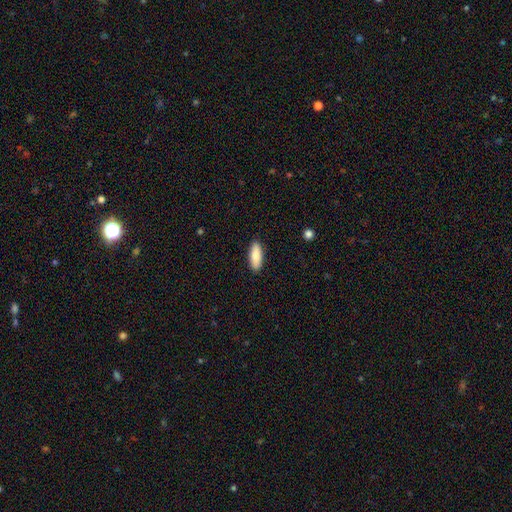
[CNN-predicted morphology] type=smooth (86%); roundness=in between (73%); merging=none (90%).